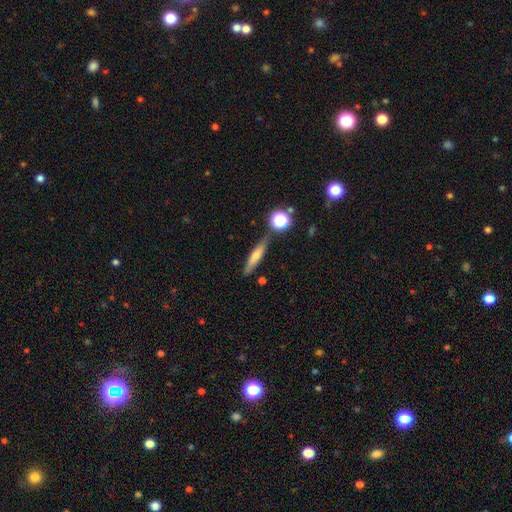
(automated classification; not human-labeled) This is possibly a smooth galaxy (54%). How rounded: clearly cigar-shaped (82%). Merging: likely none (79%).